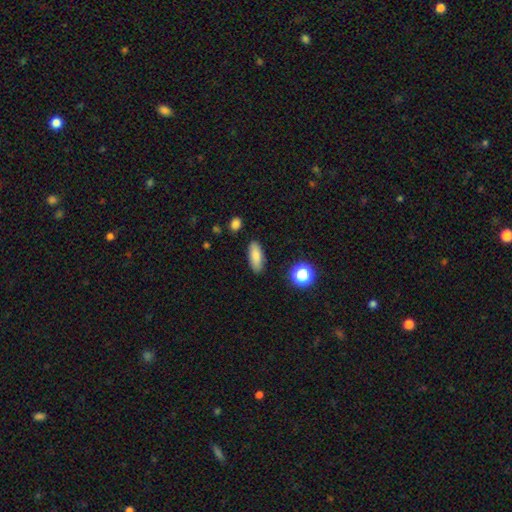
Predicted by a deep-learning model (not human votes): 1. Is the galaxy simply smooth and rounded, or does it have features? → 83% smooth, 9% star or artifact, 8% featured or disk.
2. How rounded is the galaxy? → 72% in between, 24% cigar-shaped, 4% round.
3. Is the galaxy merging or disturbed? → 87% none, 9% minor disturbance, 2% major disturbance, 2% merger.